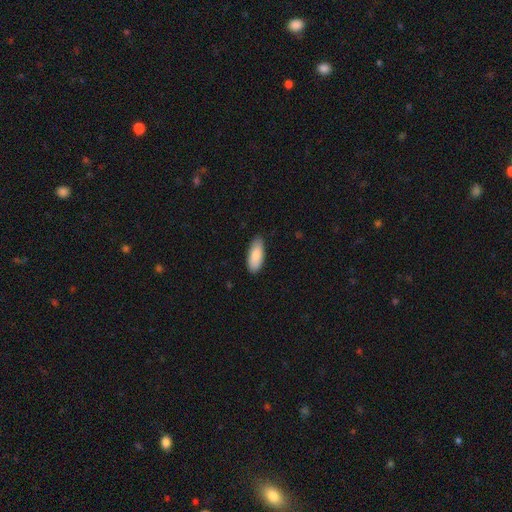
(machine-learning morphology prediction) A smooth galaxy with no disk features (85%) that is in between round and cigar-shaped (83%). Merging: none (85%).